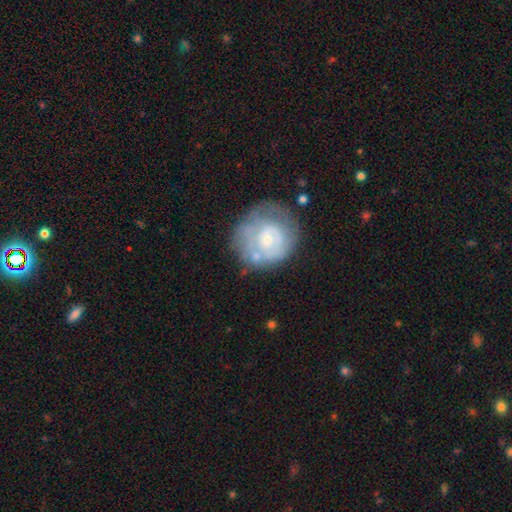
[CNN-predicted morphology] smooth-or-featured: featured or disk: 54% | smooth: 37% | star or artifact: 8%
  disk-edge-on: no: 97% | yes: 3%
    bar: no: 74% | weak: 22% | strong: 4%
    has-spiral-arms: no: 53% | yes: 47%
    bulge-size: small: 56% | moderate: 35% | none: 5% | large: 3% | dominant: 1%
  merging: none: 59% | minor disturbance: 23% | major disturbance: 13% | merger: 5%